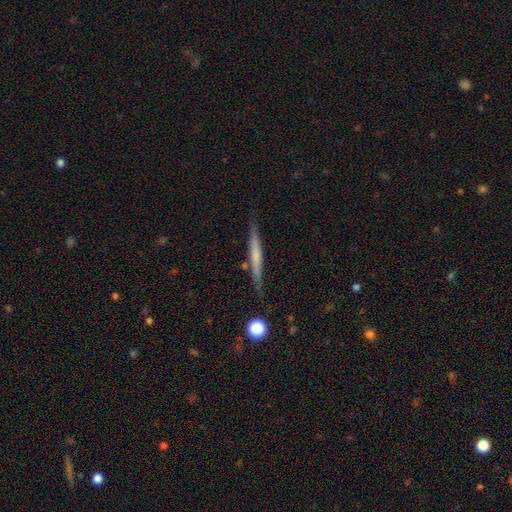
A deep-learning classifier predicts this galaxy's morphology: type=smooth (49%); merging=none (84%).